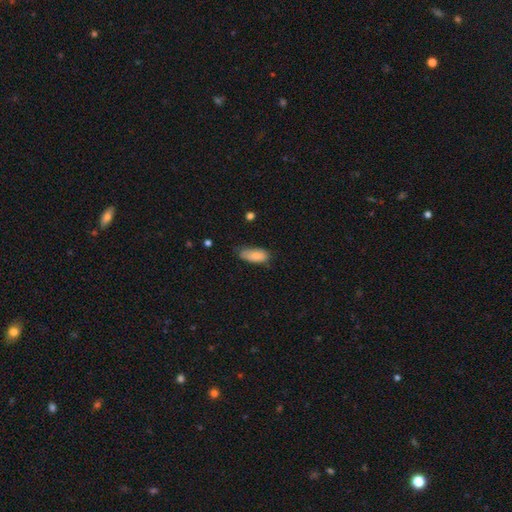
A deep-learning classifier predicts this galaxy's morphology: Smooth or featured: smooth — 85% (featured or disk — 9%)
How rounded: in between — 86% (cigar-shaped — 12%)
Merging: none — 58% (minor disturbance — 33%)